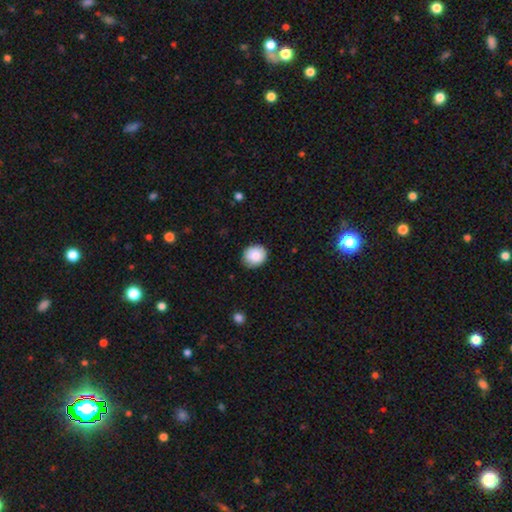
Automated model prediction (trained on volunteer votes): This is clearly a smooth galaxy (86%). How rounded: likely round (71%). Merging: clearly none (83%).